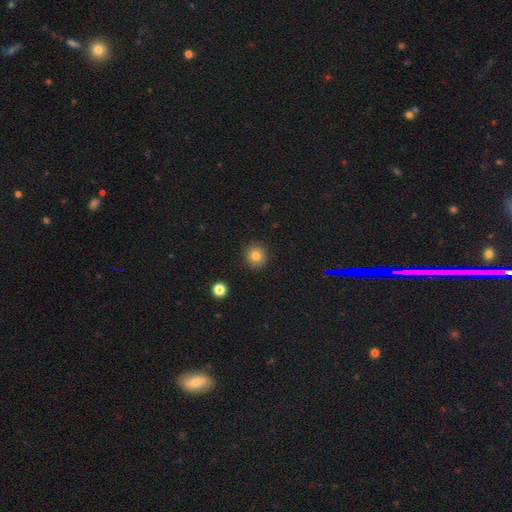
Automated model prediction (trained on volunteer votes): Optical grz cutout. It shows a smooth galaxy with no disk features (81%) that is round (93%). Merging: none (91%).